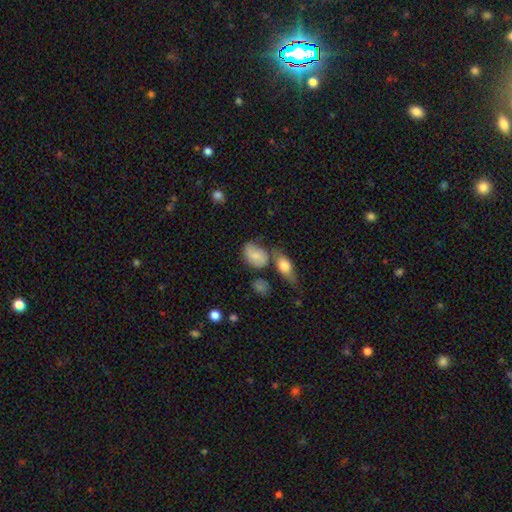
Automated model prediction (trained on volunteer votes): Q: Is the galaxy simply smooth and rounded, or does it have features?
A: smooth — 67%.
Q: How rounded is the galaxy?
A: in between — 79%.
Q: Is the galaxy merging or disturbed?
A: none — 48%.